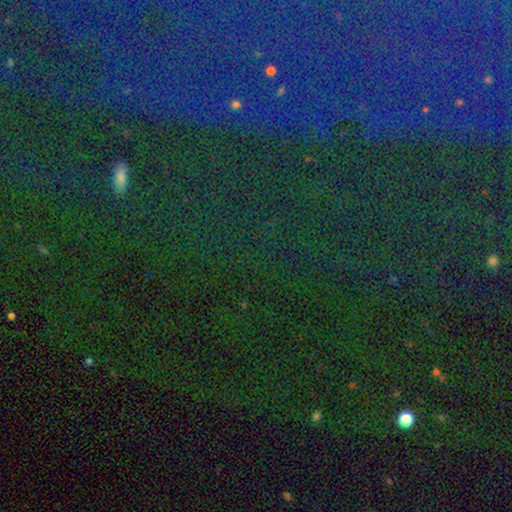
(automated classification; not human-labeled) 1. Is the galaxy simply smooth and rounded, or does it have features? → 78% star or artifact, 12% smooth, 10% featured or disk.